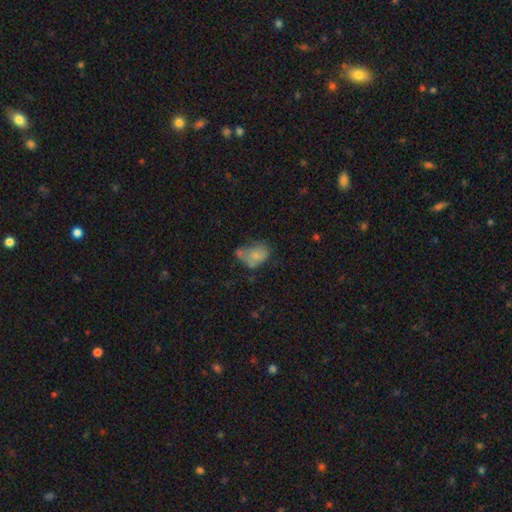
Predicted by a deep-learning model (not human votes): Smooth or featured? smooth (67%)
How rounded? in between (73%)
Merging? none (27%, tied with merger)